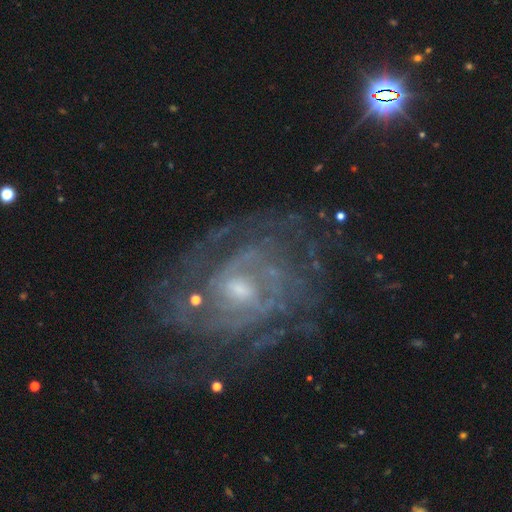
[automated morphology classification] A featured or disk galaxy (87%) with no bar (49%), tight (64%) spiral arms (95%) and a small central bulge (53%).

Vote fractions:
- Smooth or featured? featured or disk: 87% / star or artifact: 8% / smooth: 5%
- Edge-on disk? no: 97% / yes: 3%
- Bar? no: 49% / weak: 40% / strong: 11%
- Spiral arms? yes: 95% / no: 5%
- Spiral winding? tight: 64% / medium: 29% / loose: 7%
- Spiral arm count? can't tell: 35% / 2: 22% / 3: 15% / 4: 11% / more than 4: 9% / 1: 7%
- Bulge size? small: 53% / moderate: 40% / none: 3% / large: 2% / dominant: 1%
- Merging? none: 69% / minor disturbance: 16% / major disturbance: 12% / merger: 2%